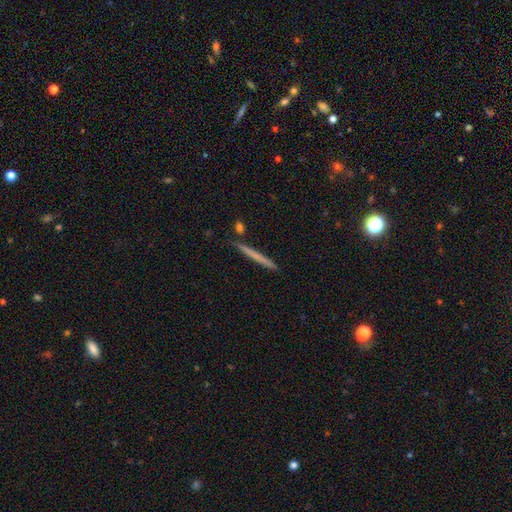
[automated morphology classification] A smooth galaxy with no disk features (58%) that is cigar-shaped (97%).

Vote fractions:
- Smooth or featured? smooth: 58% / featured or disk: 36% / star or artifact: 6%
- How rounded? cigar-shaped: 97% / in between: 2% / round: 1%
- Merging? none: 89% / minor disturbance: 7% / merger: 3% / major disturbance: 2%